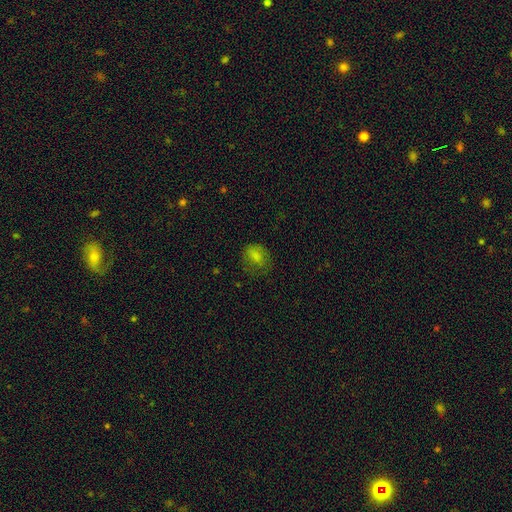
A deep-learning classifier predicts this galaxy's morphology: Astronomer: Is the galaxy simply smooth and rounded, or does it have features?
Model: smooth — 74%.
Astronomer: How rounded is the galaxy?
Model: in between — 59% (runner-up: round, 40%).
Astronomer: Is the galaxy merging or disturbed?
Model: none — 57%.